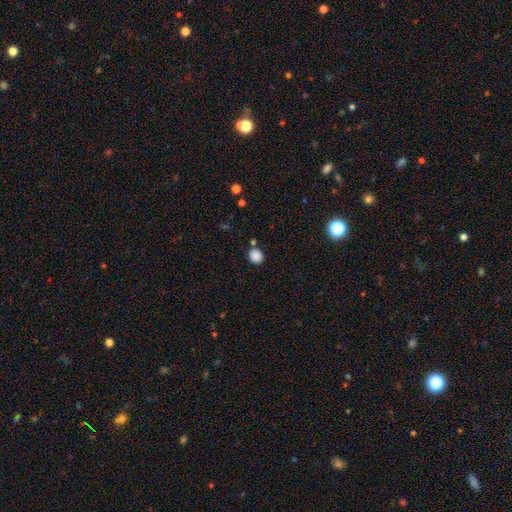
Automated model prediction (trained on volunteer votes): This is clearly a smooth galaxy (87%). How rounded: clearly round (83%). Merging: clearly none (81%).